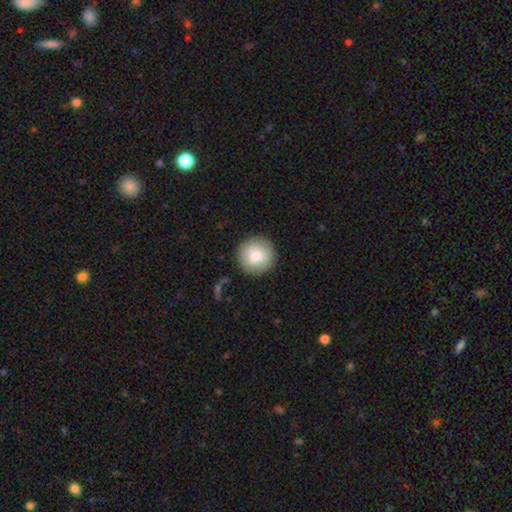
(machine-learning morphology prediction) A smooth galaxy with no disk features (76%) that is round (96%).

Vote fractions:
- Smooth or featured? smooth: 76% / featured or disk: 17% / star or artifact: 7%
- How rounded? round: 96% / in between: 3% / cigar-shaped: 1%
- Merging? none: 89% / minor disturbance: 7% / major disturbance: 2% / merger: 1%